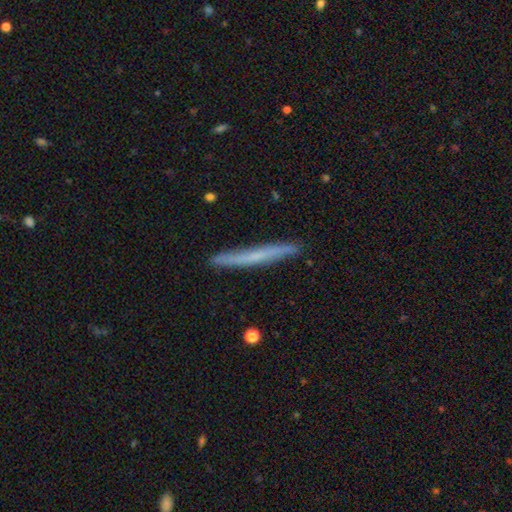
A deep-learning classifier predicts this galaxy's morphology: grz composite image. It shows a smooth galaxy with no disk features (48%). Merging: none (88%).